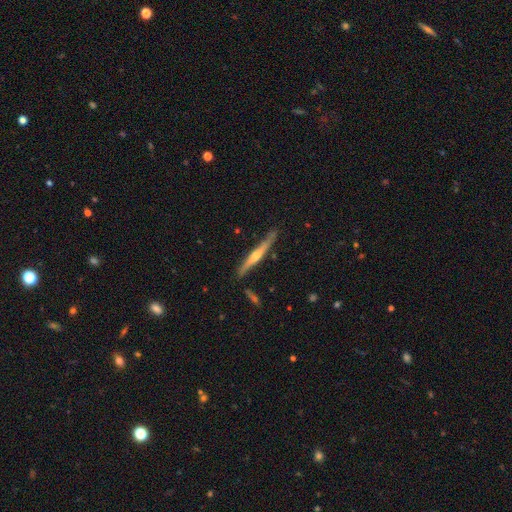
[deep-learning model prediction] Q: Smooth or featured?
A: featured or disk (66%); runner-up: smooth (29%)
Q: Edge-on disk?
A: yes (96%); runner-up: no (4%)
Q: Edge-on bulge?
A: rounded (74%); runner-up: none (20%)
Q: Merging?
A: none (81%); runner-up: minor disturbance (14%)